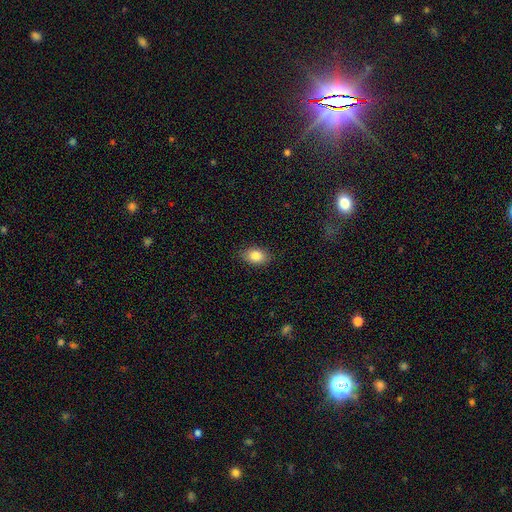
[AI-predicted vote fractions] Overall: smooth (84%). How rounded: in between (81%). Merging: none (85%).